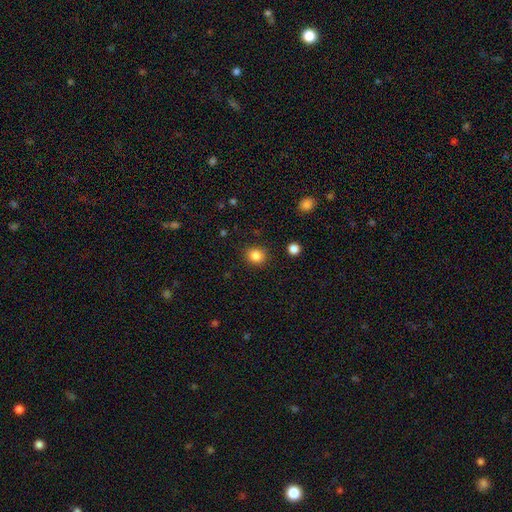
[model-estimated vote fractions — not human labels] smooth-or-featured: smooth: 85% | star or artifact: 11% | featured or disk: 4%
  how-rounded: round: 77% | in between: 22% | cigar-shaped: 1%
  merging: none: 87% | minor disturbance: 8% | major disturbance: 3% | merger: 2%